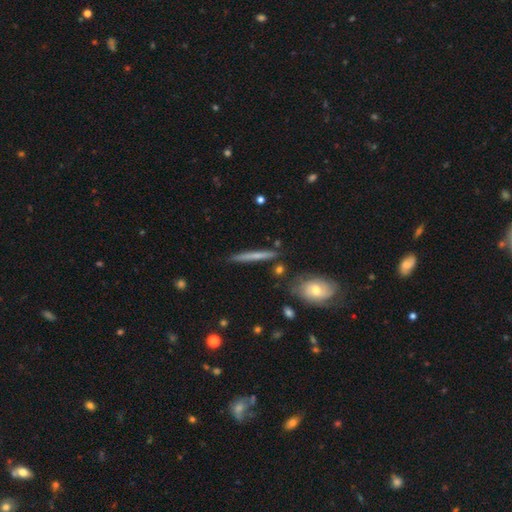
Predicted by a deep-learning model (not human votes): Q: Smooth or featured?
A: smooth (50%); runner-up: featured or disk (43%)
Q: How rounded?
A: cigar-shaped (94%); runner-up: in between (3%)
Q: Merging?
A: none (86%); runner-up: minor disturbance (10%)